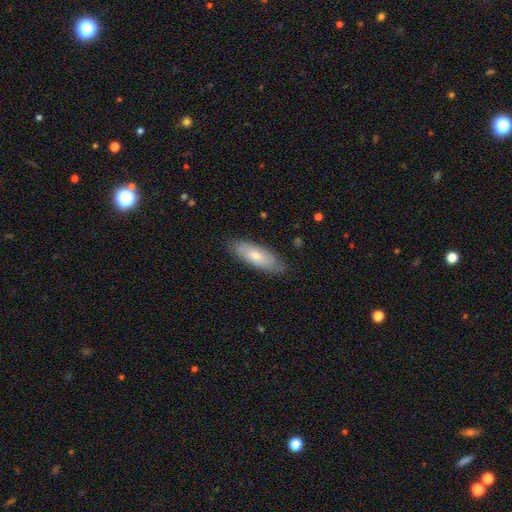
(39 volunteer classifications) Q: Smooth or featured?
A: smooth (59%); runner-up: featured or disk (38%)
Q: How rounded?
A: in between (61%); runner-up: cigar-shaped (39%)
Q: Merging?
A: none (82%); runner-up: minor disturbance (13%)